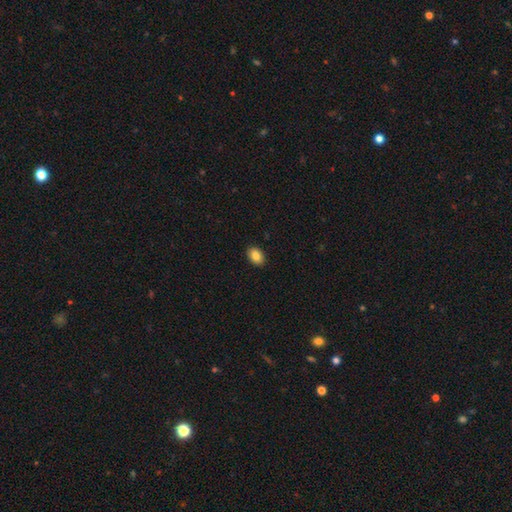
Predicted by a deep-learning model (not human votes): Smooth or featured? smooth (85%)
How rounded? in between (83%)
Merging? none (91%)